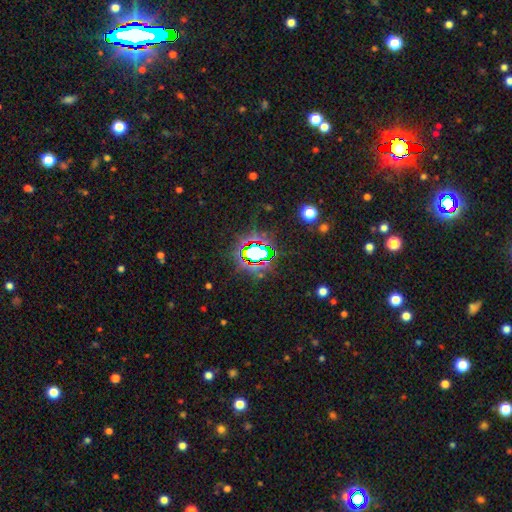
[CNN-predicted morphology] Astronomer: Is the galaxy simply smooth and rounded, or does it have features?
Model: star or artifact — 74%.